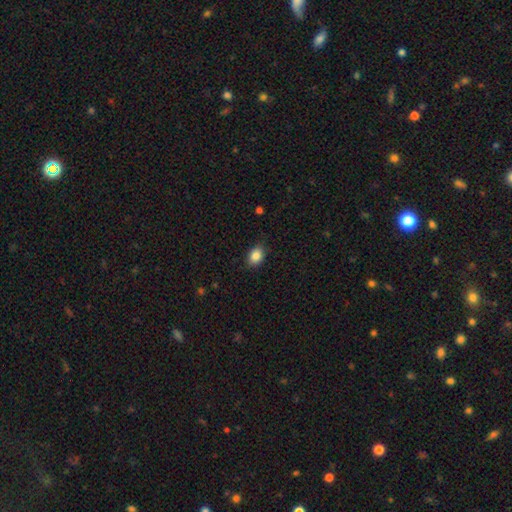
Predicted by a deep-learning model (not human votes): smooth-or-featured: smooth: 87% | star or artifact: 8% | featured or disk: 4%
  how-rounded: in between: 73% | round: 26% | cigar-shaped: 1%
  merging: none: 84% | minor disturbance: 12% | major disturbance: 2% | merger: 1%